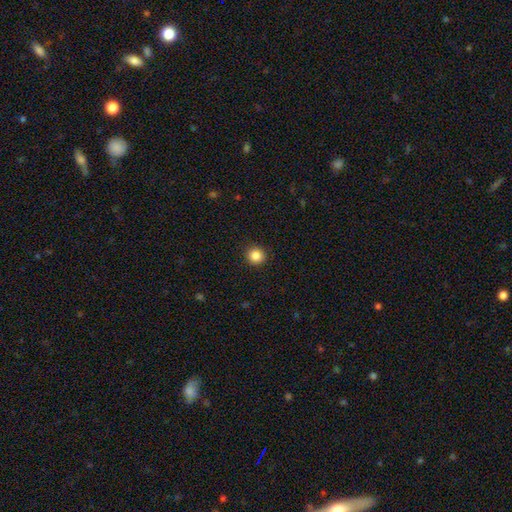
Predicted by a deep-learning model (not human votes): Morphology: type=smooth (85%); roundness=round (93%); merging=none (92%).